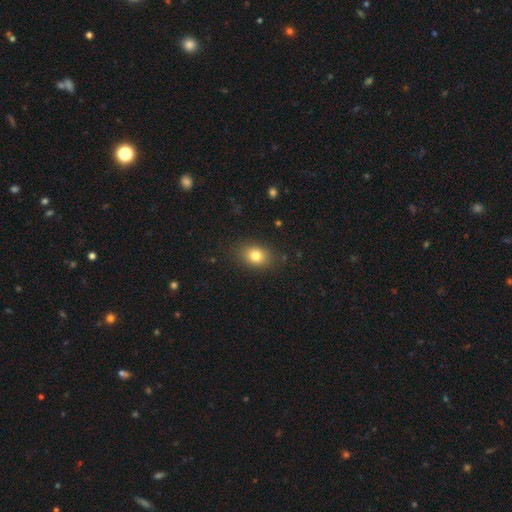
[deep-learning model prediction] smooth 80%, star or artifact 11%, featured or disk 9%. Down the decision tree: how rounded — in between (65%); merging — none (85%).